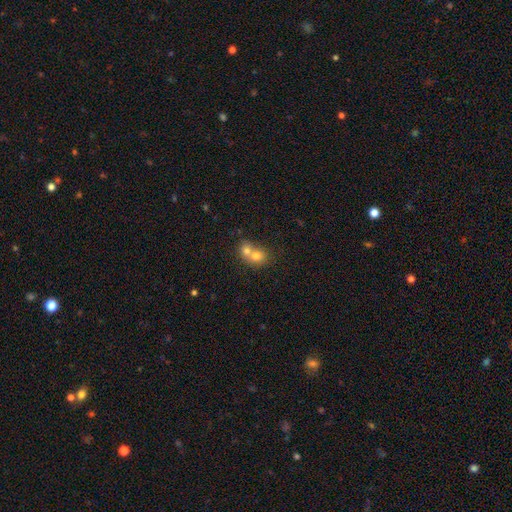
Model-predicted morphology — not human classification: This appears to be a smooth galaxy with no disk features (70%) that is round (66%). Merging: merger (69%).